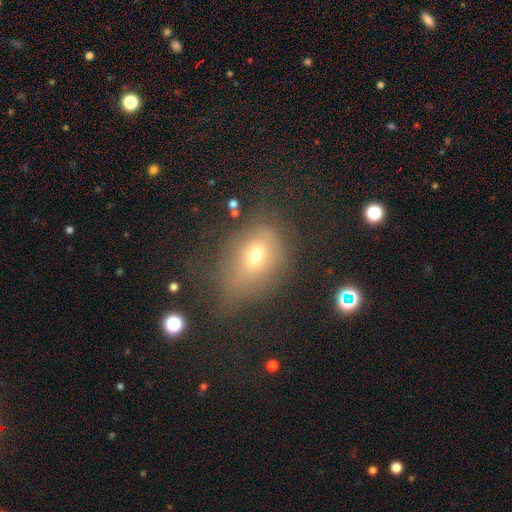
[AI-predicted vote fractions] A smooth galaxy with no disk features (60%) that is in between round and cigar-shaped (68%).

Vote fractions:
- Smooth or featured? smooth: 60% / featured or disk: 23% / star or artifact: 17%
- How rounded? in between: 68% / round: 30% / cigar-shaped: 2%
- Merging? none: 51% / minor disturbance: 25% / major disturbance: 21% / merger: 3%